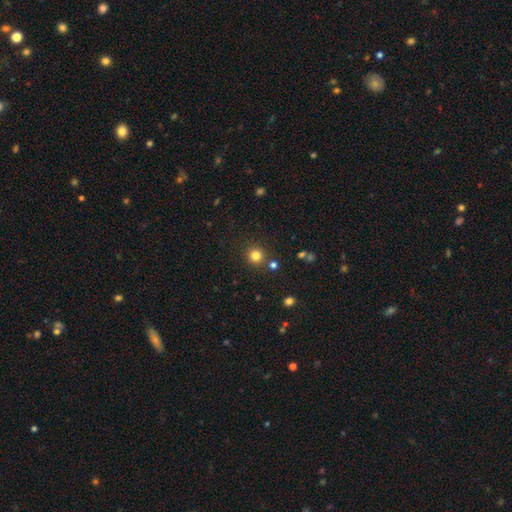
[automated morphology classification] Smooth or featured? Predicted: smooth (p=0.81). How rounded? Predicted: round (p=0.93). Merging? Predicted: none (p=0.86).